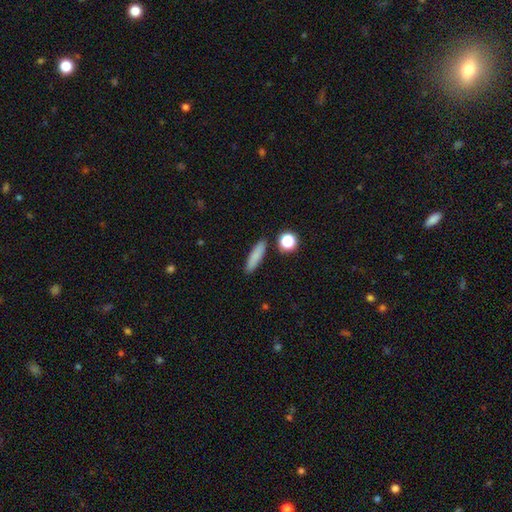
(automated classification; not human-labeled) Smooth or featured? Predicted: smooth (p=0.80). How rounded? Predicted: cigar-shaped (p=0.72). Merging? Predicted: none (p=0.86).